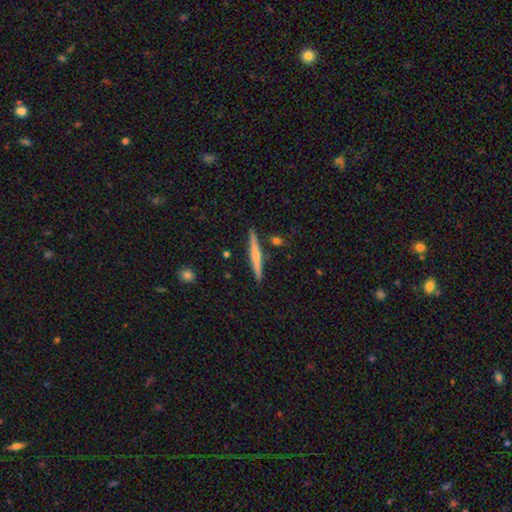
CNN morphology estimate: The model was most divided on "smooth or featured": featured or disk: 48%, smooth: 46%, star or artifact: 6%. More confident: merging — none (88%).